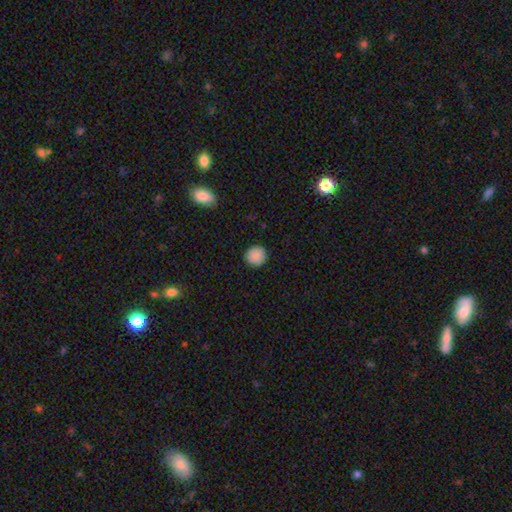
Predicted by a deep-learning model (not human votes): Smooth or featured? Predicted: smooth (p=0.89). How rounded? Predicted: round (p=0.94). Merging? Predicted: none (p=0.92).